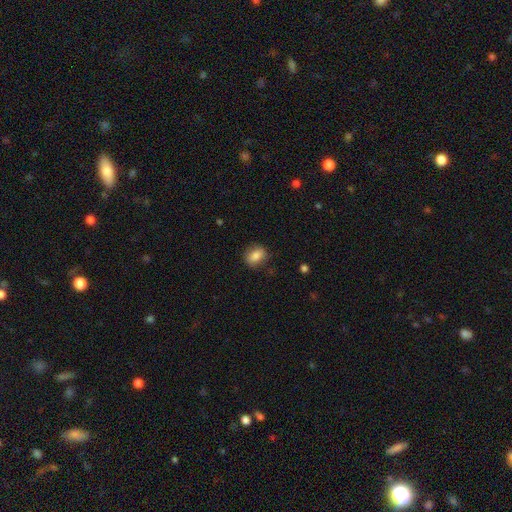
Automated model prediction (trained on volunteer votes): Q: Smooth or featured?
A: smooth (82%); runner-up: featured or disk (10%)
Q: How rounded?
A: in between (64%); runner-up: round (34%)
Q: Merging?
A: none (80%); runner-up: minor disturbance (15%)